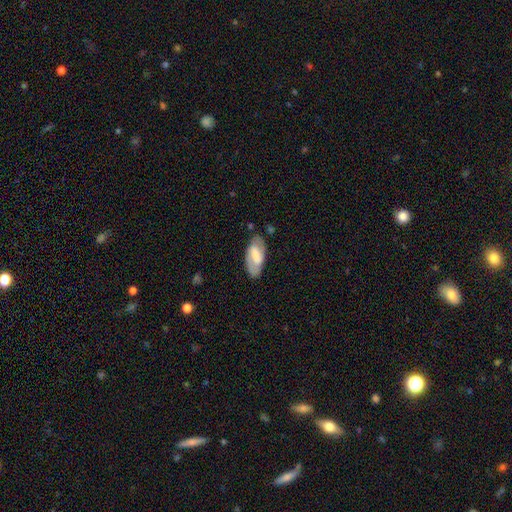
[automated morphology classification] type=featured or disk (55%); edge-on=no (90%); merging=none (77%).